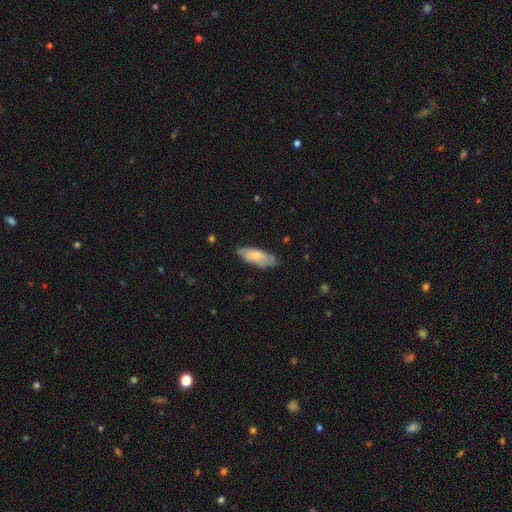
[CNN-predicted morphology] This is likely a smooth galaxy (62%). How rounded: likely in between (69%). Merging: likely none (72%).